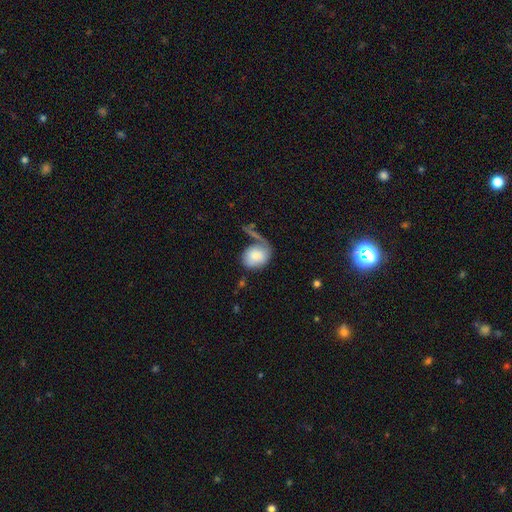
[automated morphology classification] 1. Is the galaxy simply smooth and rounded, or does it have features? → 76% smooth, 17% featured or disk, 7% star or artifact.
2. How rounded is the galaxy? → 53% in between, 45% round, 1% cigar-shaped.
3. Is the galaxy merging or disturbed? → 38% none, 25% major disturbance, 22% minor disturbance, 16% merger.